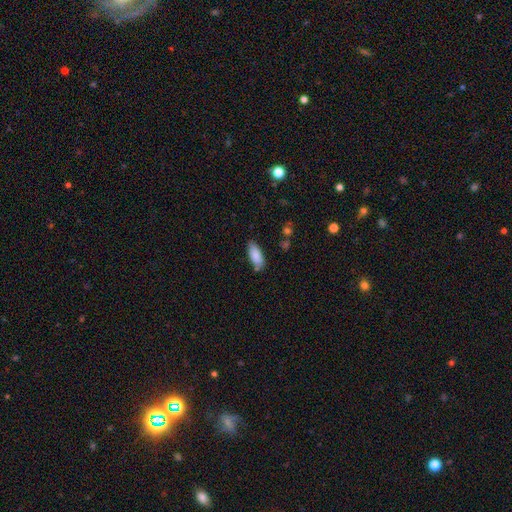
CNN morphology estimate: Smooth or featured?
  - smooth: 86% *
  - featured or disk: 8%
  - star or artifact: 6%
How rounded?
  - in between: 82% *
  - cigar-shaped: 16%
  - round: 2%
Merging?
  - none: 77% *
  - minor disturbance: 15%
  - merger: 4%
  - major disturbance: 3%